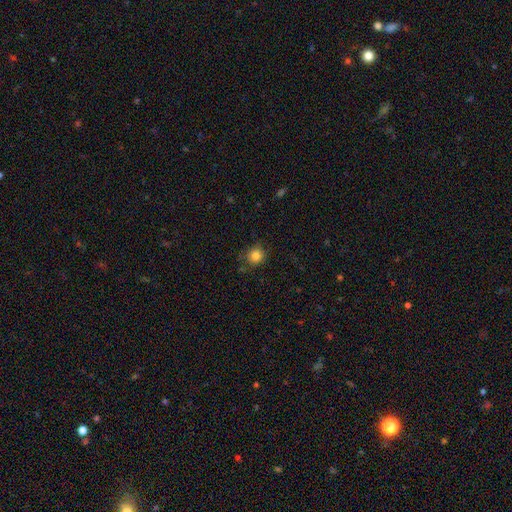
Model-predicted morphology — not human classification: Overall: smooth (84%). How rounded: round (90%). Merging: none (80%).